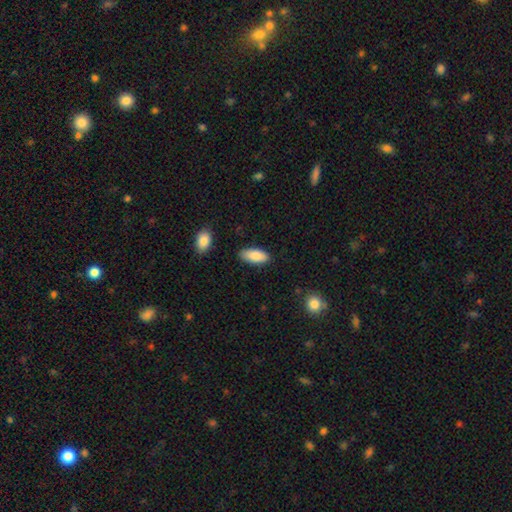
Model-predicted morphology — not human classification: A smooth galaxy with no disk features (86%) that is in between round and cigar-shaped (87%).

Vote fractions:
- Smooth or featured? smooth: 86% / featured or disk: 8% / star or artifact: 6%
- How rounded? in between: 87% / cigar-shaped: 11% / round: 2%
- Merging? none: 85% / minor disturbance: 11% / major disturbance: 2% / merger: 2%